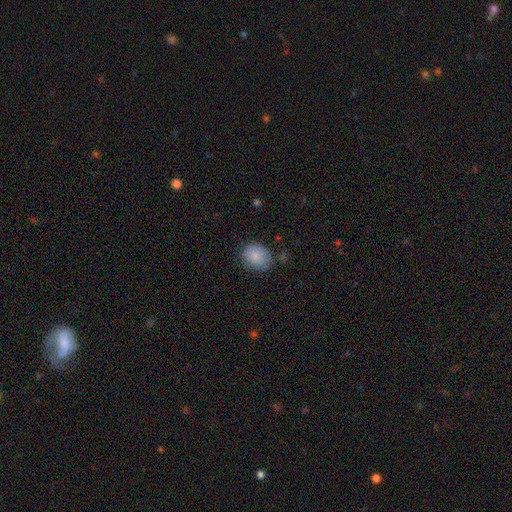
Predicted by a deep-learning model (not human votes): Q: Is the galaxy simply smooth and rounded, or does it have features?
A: smooth — 87%.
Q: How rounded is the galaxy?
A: round — 54%.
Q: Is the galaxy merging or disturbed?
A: none — 74%.